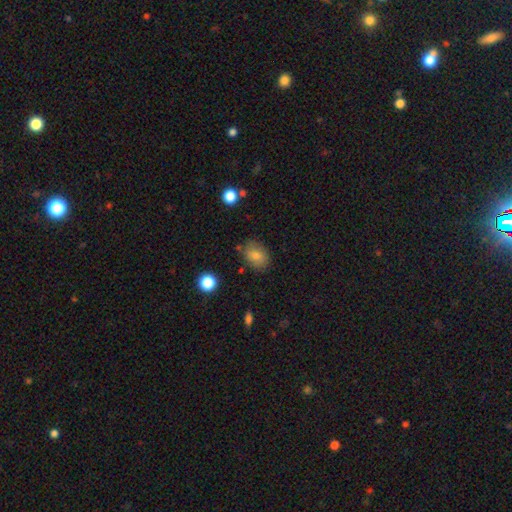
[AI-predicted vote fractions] Smooth or featured? Predicted: smooth (p=0.81). How rounded? Predicted: in between (p=0.75). Merging? Predicted: none (p=0.77).